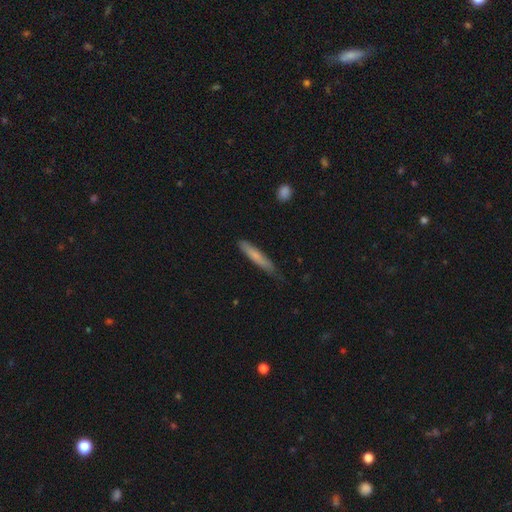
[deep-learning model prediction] smooth_or_featured: smooth (p=0.72) [alt: featured or disk p=0.22]
how_rounded: cigar-shaped (p=0.93) [alt: in between p=0.06]
merging: none (p=0.76) [alt: minor disturbance p=0.20]